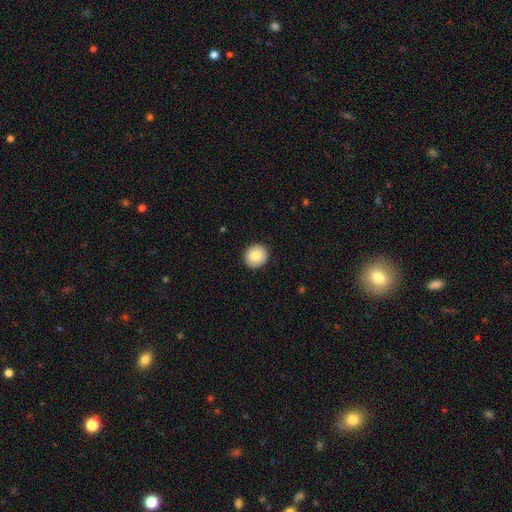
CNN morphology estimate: Q: Smooth or featured?
A: smooth (85%); runner-up: featured or disk (8%)
Q: How rounded?
A: round (89%); runner-up: in between (10%)
Q: Merging?
A: none (92%); runner-up: minor disturbance (6%)